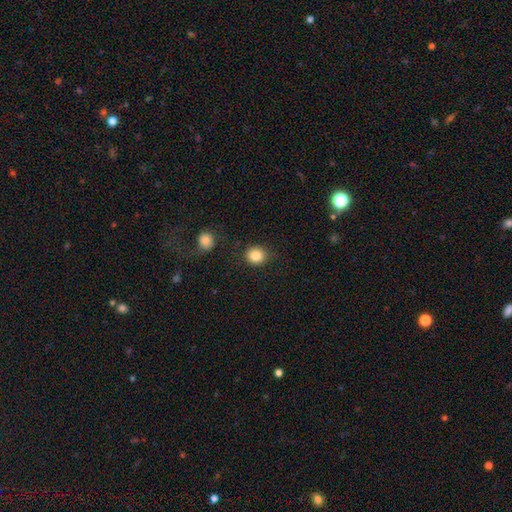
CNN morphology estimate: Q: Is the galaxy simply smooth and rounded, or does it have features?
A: smooth — 86%.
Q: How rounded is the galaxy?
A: round — 84%.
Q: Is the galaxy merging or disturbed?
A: none — 83%.